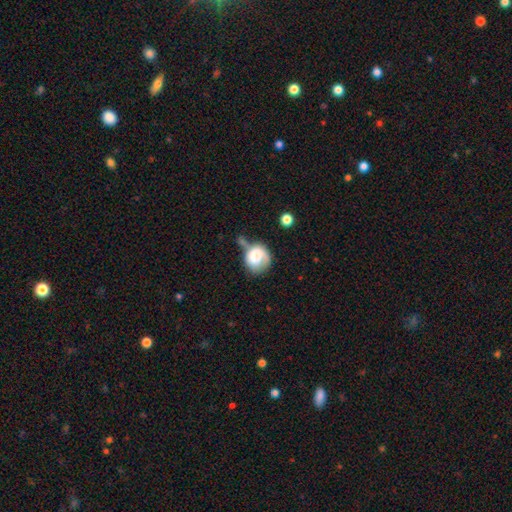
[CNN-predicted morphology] This appears to be a smooth galaxy with no disk features (67%) that is round (73%). Merging: none (30%).